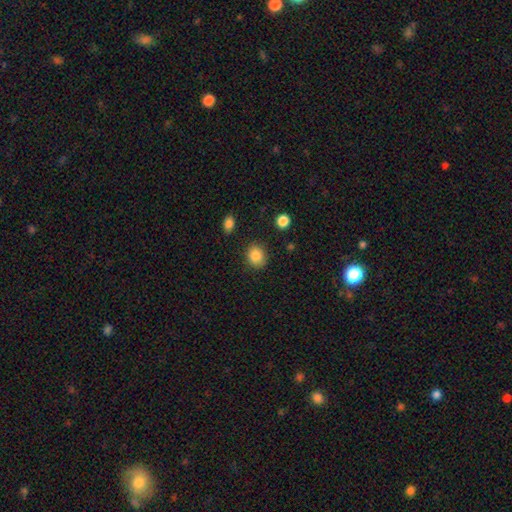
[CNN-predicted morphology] A smooth galaxy with no disk features (86%) that is round (72%). Merging: none (86%).